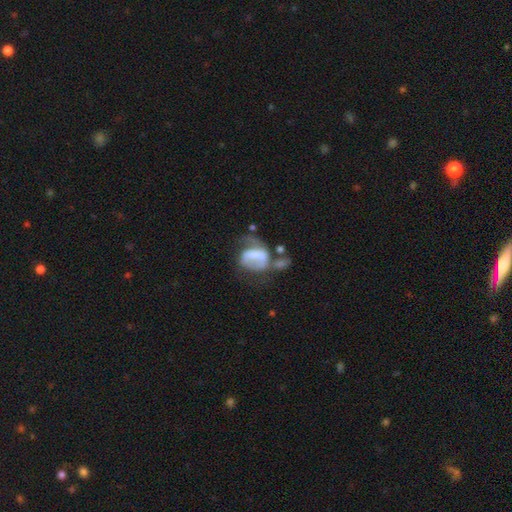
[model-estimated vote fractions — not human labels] A featured or disk galaxy (47%). Merging: major disturbance (40%).